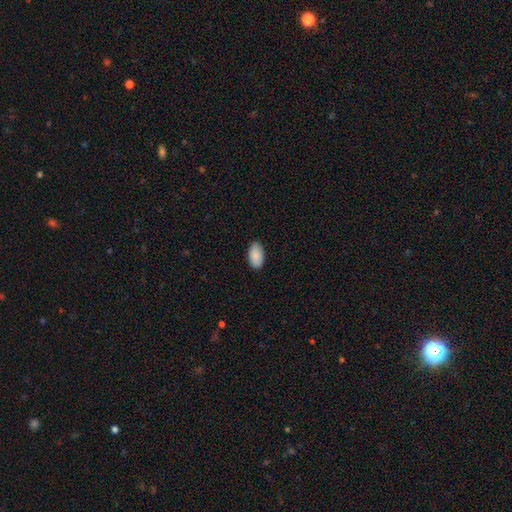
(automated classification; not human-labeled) This is clearly a smooth galaxy (89%). How rounded: clearly in between (95%). Merging: clearly none (86%).